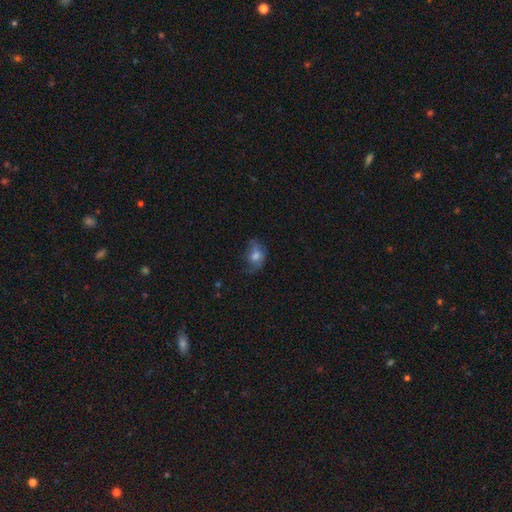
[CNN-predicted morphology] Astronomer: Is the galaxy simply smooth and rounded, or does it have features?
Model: smooth — 55% (runner-up: featured or disk, 33%).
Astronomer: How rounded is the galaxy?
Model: in between — 71%.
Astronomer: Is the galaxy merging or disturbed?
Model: none — 45% (runner-up: minor disturbance, 29%).